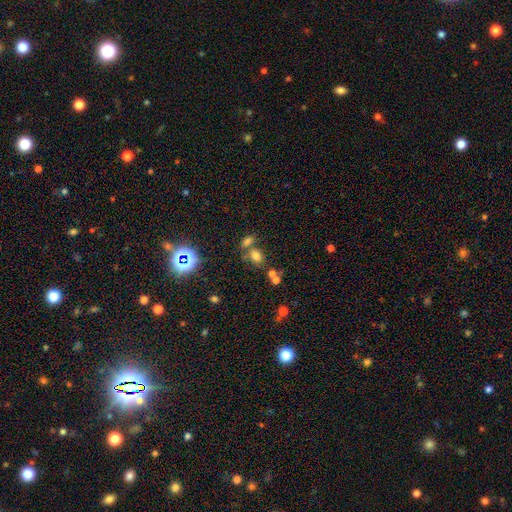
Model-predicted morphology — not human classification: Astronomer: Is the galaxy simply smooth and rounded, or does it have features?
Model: smooth — 69%.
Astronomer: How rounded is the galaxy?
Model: in between — 57% (runner-up: round, 41%).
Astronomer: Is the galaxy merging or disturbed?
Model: none — 53% (runner-up: merger, 31%).